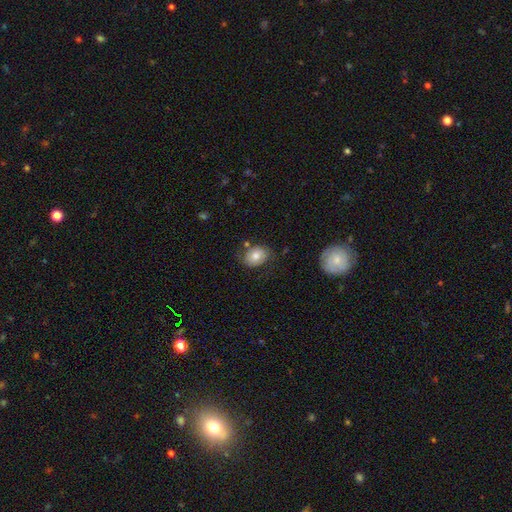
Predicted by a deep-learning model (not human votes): Smooth or featured?
  - smooth: 67% *
  - featured or disk: 24%
  - star or artifact: 8%
How rounded?
  - in between: 62% *
  - round: 37%
  - cigar-shaped: 1%
Merging?
  - none: 67% *
  - minor disturbance: 20%
  - major disturbance: 7%
  - merger: 5%